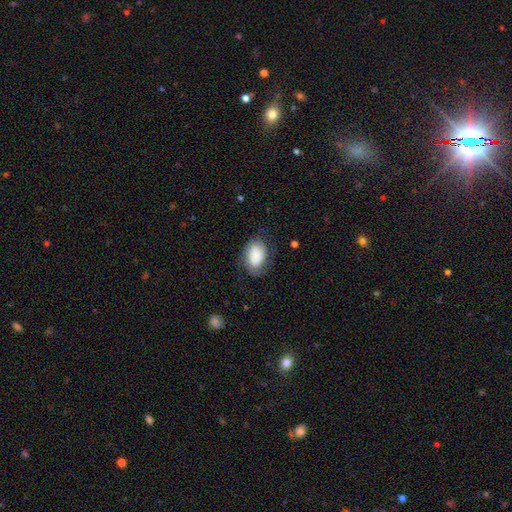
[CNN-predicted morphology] Smooth or featured? smooth (75%)
How rounded? in between (87%)
Merging? none (61%)